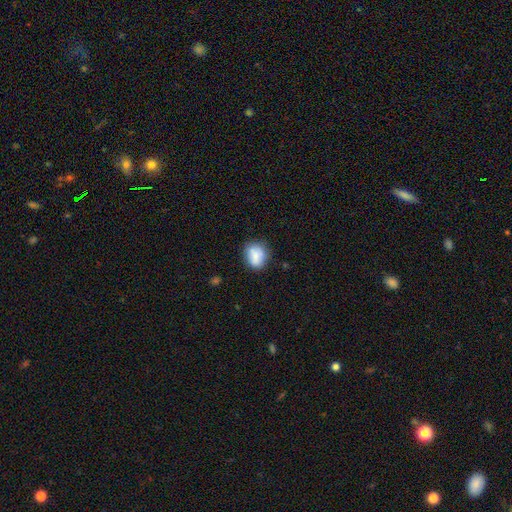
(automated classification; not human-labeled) A smooth galaxy with no disk features (77%) that is round (58%).

Vote fractions:
- Smooth or featured? smooth: 77% / featured or disk: 15% / star or artifact: 9%
- How rounded? round: 58% / in between: 40% / cigar-shaped: 1%
- Merging? none: 68% / minor disturbance: 20% / merger: 7% / major disturbance: 5%